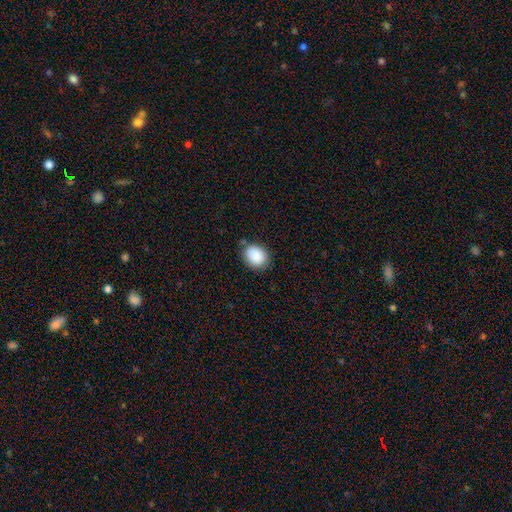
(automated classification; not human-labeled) This is clearly a smooth galaxy (89%). How rounded: possibly round (50%). Merging: clearly none (80%).